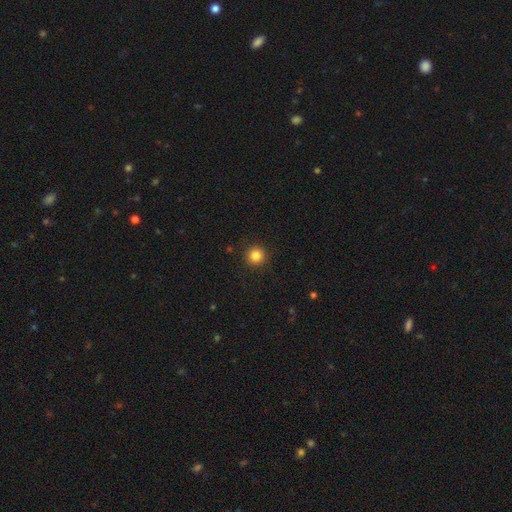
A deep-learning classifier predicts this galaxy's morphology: Smooth or featured? smooth (84%)
How rounded? round (95%)
Merging? none (92%)